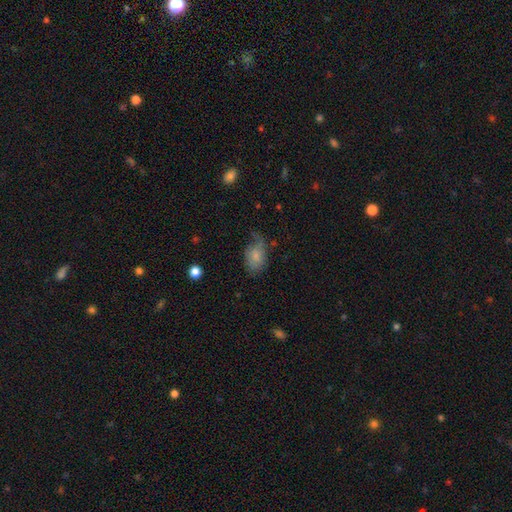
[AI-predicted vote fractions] Smooth or featured? smooth (72%)
How rounded? in between (87%)
Merging? none (41%)